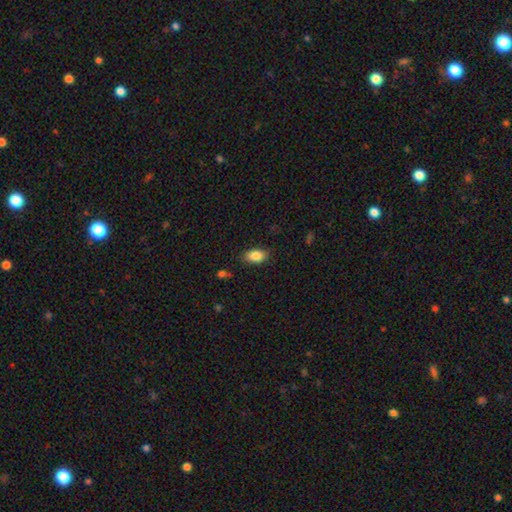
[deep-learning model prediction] smooth 86%, star or artifact 8%, featured or disk 6%. Down the decision tree: how rounded — in between (89%); merging — none (83%).